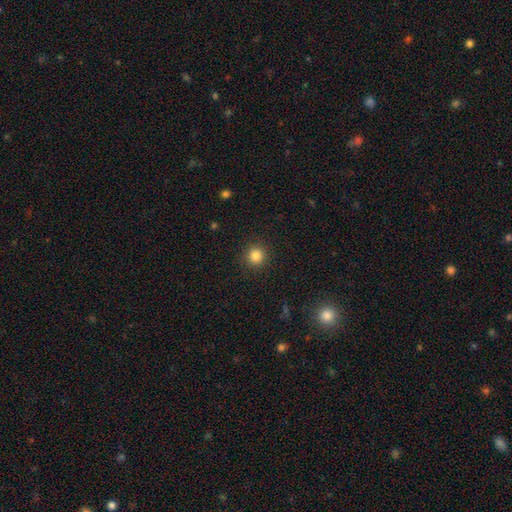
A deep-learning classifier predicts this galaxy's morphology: A smooth galaxy with no disk features (84%) that is round (94%).

Vote fractions:
- Smooth or featured? smooth: 84% / star or artifact: 12% / featured or disk: 4%
- How rounded? round: 94% / in between: 5% / cigar-shaped: 1%
- Merging? none: 91% / minor disturbance: 6% / major disturbance: 2% / merger: 1%